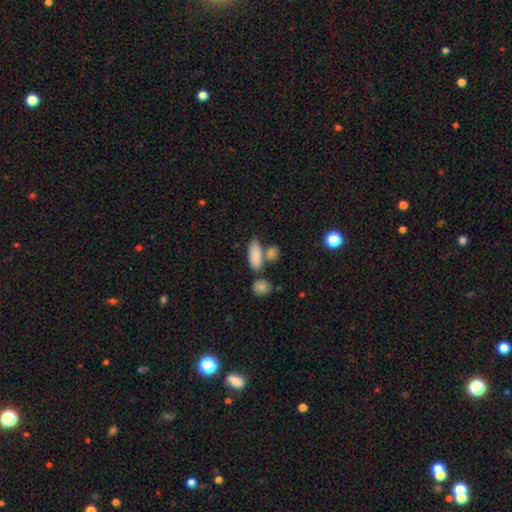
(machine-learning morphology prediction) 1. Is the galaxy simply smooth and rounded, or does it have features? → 86% smooth, 7% featured or disk, 7% star or artifact.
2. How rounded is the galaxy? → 82% in between, 14% cigar-shaped, 4% round.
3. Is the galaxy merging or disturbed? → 57% none, 26% merger, 12% minor disturbance, 5% major disturbance.